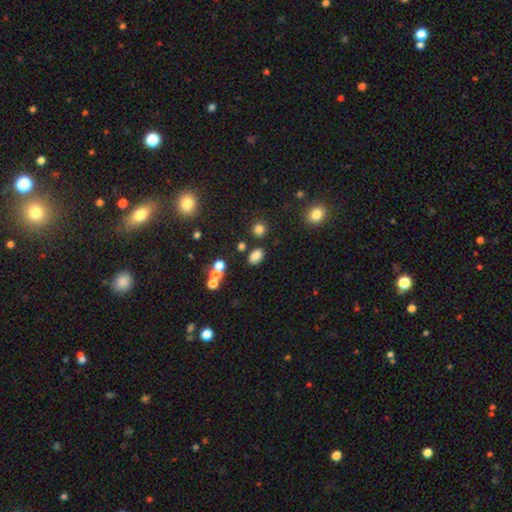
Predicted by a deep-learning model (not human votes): A smooth galaxy with no disk features (79%) that is in between round and cigar-shaped (80%). Merging: none (78%).